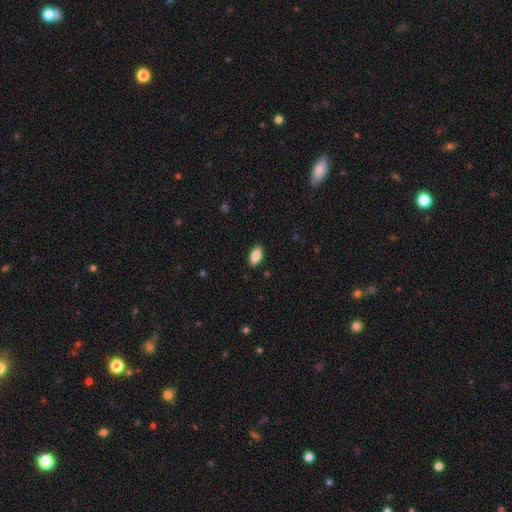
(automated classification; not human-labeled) smooth-or-featured: smooth: 86% | featured or disk: 8% | star or artifact: 7%
  how-rounded: in between: 93% | cigar-shaped: 5% | round: 3%
  merging: none: 89% | minor disturbance: 8% | major disturbance: 2% | merger: 1%